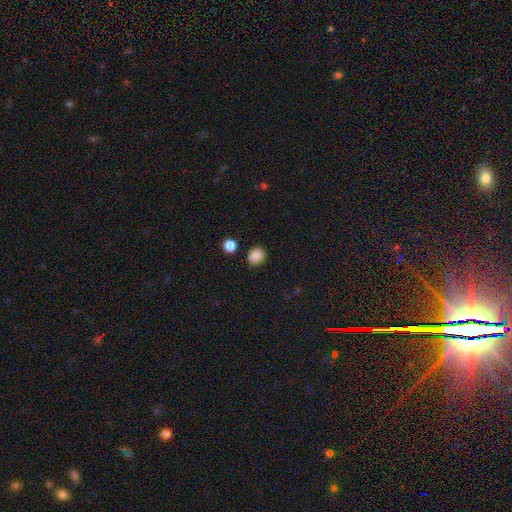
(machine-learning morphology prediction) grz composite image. It shows a smooth galaxy with no disk features (87%) that is round (63%). Merging: none (87%).